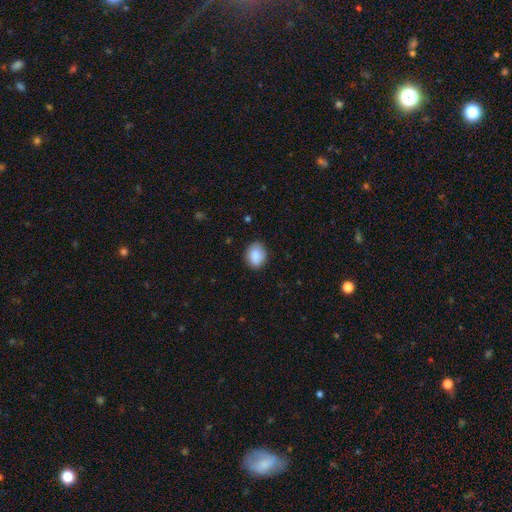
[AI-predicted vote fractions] This appears to be a smooth galaxy with no disk features (83%) that is round (52%). Merging: none (80%).